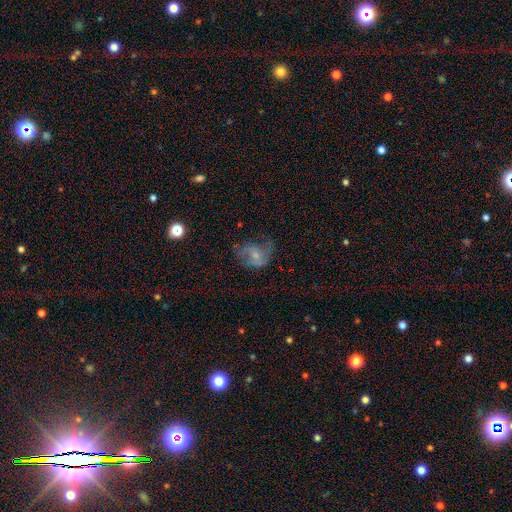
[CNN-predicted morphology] A featured or disk galaxy (49%).

Vote fractions:
- Smooth or featured? featured or disk: 49% / smooth: 42% / star or artifact: 9%
- Merging? none: 43% / minor disturbance: 30% / major disturbance: 26% / merger: 2%